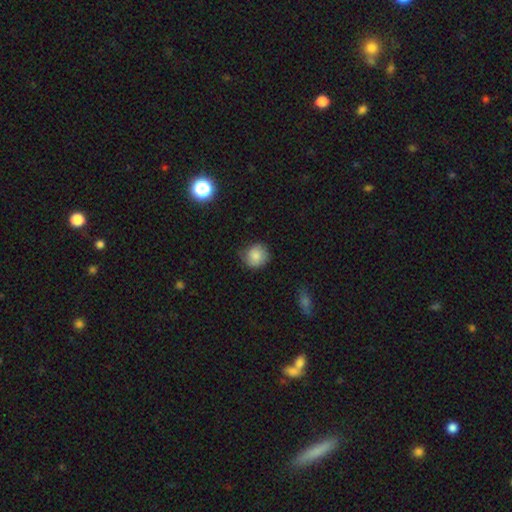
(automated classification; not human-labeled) Smooth or featured: smooth — 82% (featured or disk — 10%)
How rounded: round — 87% (in between — 12%)
Merging: none — 70% (minor disturbance — 23%)